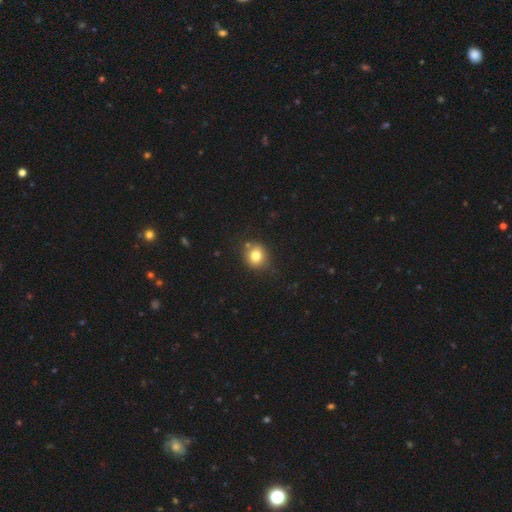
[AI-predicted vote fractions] Overall: smooth (79%). How rounded: round (83%). Merging: none (81%).